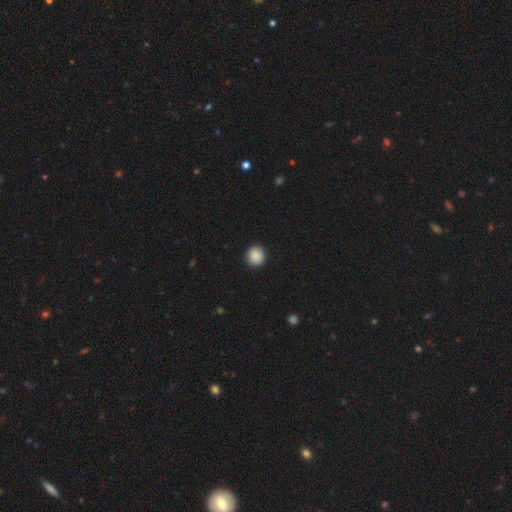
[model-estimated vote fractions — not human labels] Smooth or featured?
  - smooth: 89% *
  - star or artifact: 8%
  - featured or disk: 3%
How rounded?
  - round: 89% *
  - in between: 10%
  - cigar-shaped: 1%
Merging?
  - none: 91% *
  - minor disturbance: 6%
  - major disturbance: 2%
  - merger: 1%